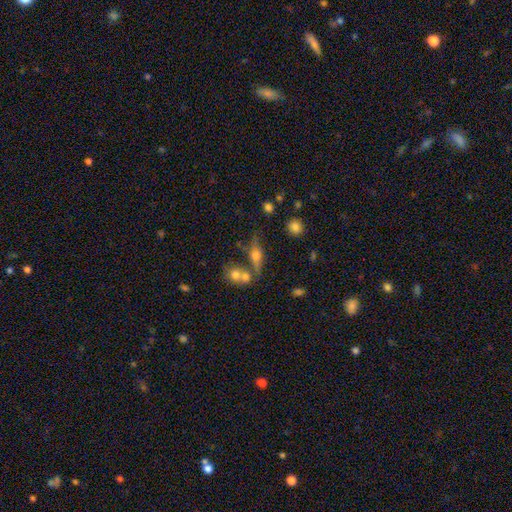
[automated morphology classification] type=featured or disk (43%, tied with smooth); merging=none (51%).